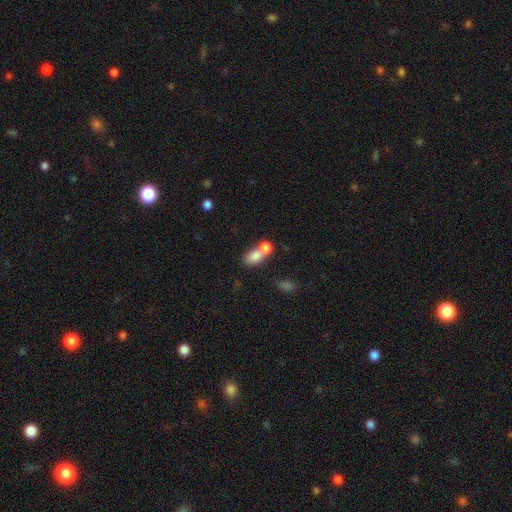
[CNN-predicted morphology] Smooth or featured? smooth (78%)
How rounded? in between (78%)
Merging? merger (62%)